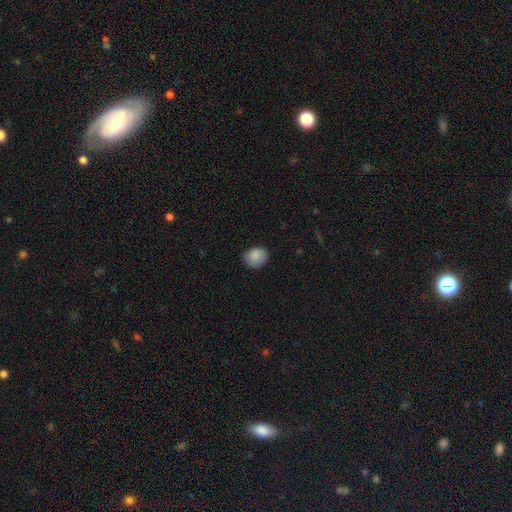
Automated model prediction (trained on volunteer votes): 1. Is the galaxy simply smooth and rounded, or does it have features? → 87% smooth, 8% star or artifact, 5% featured or disk.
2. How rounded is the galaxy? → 65% round, 34% in between, 1% cigar-shaped.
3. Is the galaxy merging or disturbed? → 78% none, 18% minor disturbance, 3% major disturbance, 1% merger.